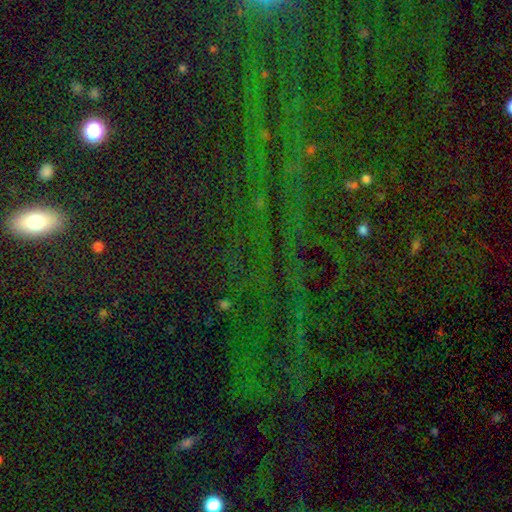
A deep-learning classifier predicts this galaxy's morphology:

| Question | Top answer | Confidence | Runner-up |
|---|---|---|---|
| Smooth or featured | star or artifact | 79% | smooth (12%) |